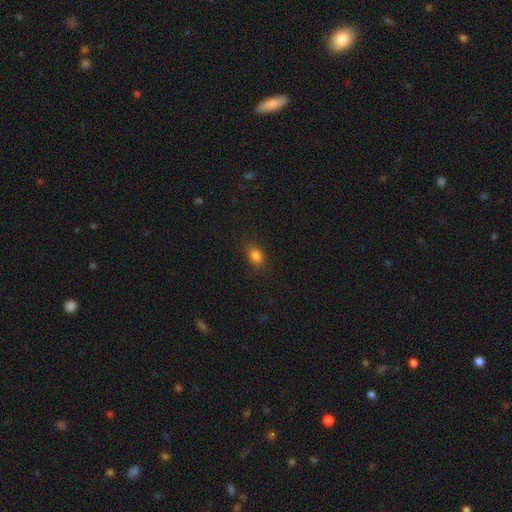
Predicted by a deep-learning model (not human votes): smooth_or_featured: smooth (p=0.82) [alt: star or artifact p=0.12]
how_rounded: in between (p=0.60) [alt: round p=0.38]
merging: none (p=0.84) [alt: minor disturbance p=0.11]